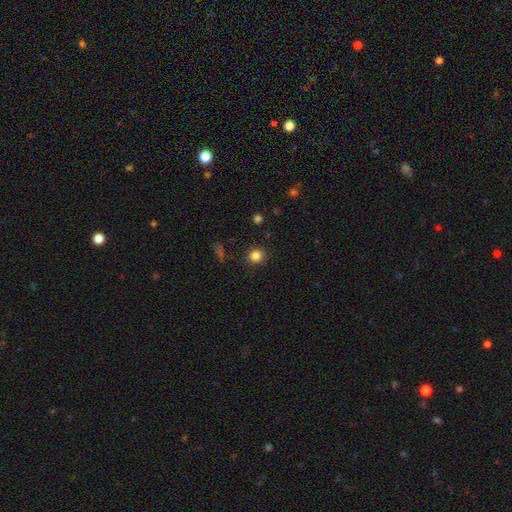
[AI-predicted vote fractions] This appears to be a smooth galaxy with no disk features (83%) that is round (92%). Merging: none (90%).